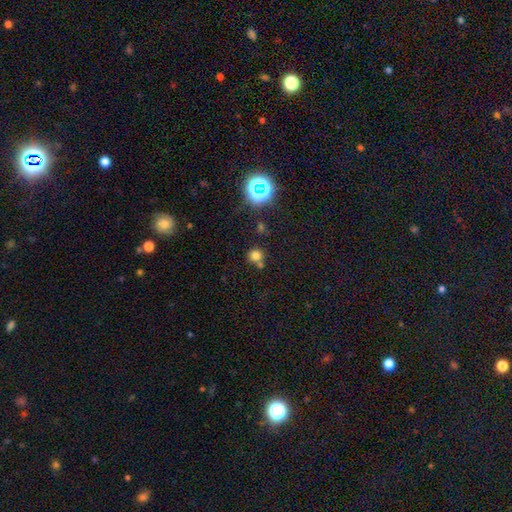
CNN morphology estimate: Smooth or featured?
  - smooth: 71% *
  - star or artifact: 21%
  - featured or disk: 8%
How rounded?
  - round: 90% *
  - in between: 9%
  - cigar-shaped: 1%
Merging?
  - none: 62% *
  - merger: 26%
  - minor disturbance: 9%
  - major disturbance: 4%